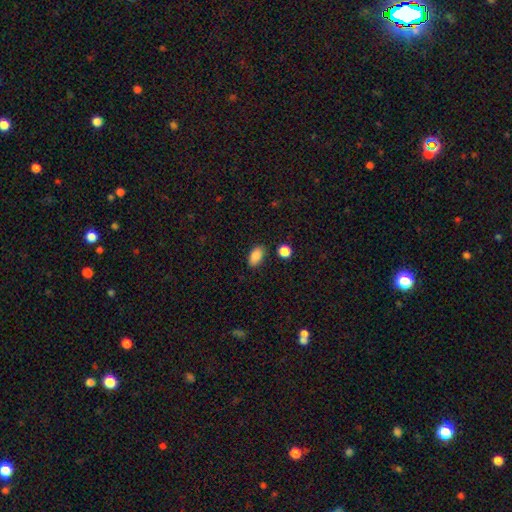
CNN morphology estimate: A smooth galaxy with no disk features (86%) that is in between round and cigar-shaped (91%).

Vote fractions:
- Smooth or featured? smooth: 86% / star or artifact: 9% / featured or disk: 5%
- How rounded? in between: 91% / round: 7% / cigar-shaped: 2%
- Merging? none: 83% / minor disturbance: 12% / merger: 3% / major disturbance: 3%